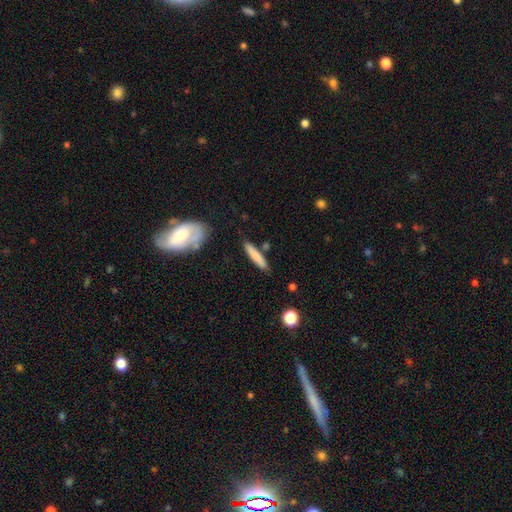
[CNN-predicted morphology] Q: Smooth or featured?
A: smooth (76%); runner-up: featured or disk (18%)
Q: How rounded?
A: cigar-shaped (87%); runner-up: in between (11%)
Q: Merging?
A: none (83%); runner-up: minor disturbance (10%)